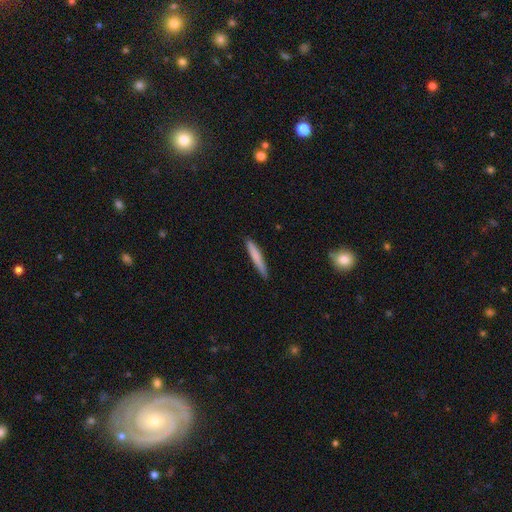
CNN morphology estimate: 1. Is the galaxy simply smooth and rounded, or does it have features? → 75% smooth, 19% featured or disk, 6% star or artifact.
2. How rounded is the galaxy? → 94% cigar-shaped, 4% in between, 1% round.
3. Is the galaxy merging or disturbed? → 88% none, 9% minor disturbance, 2% major disturbance, 1% merger.